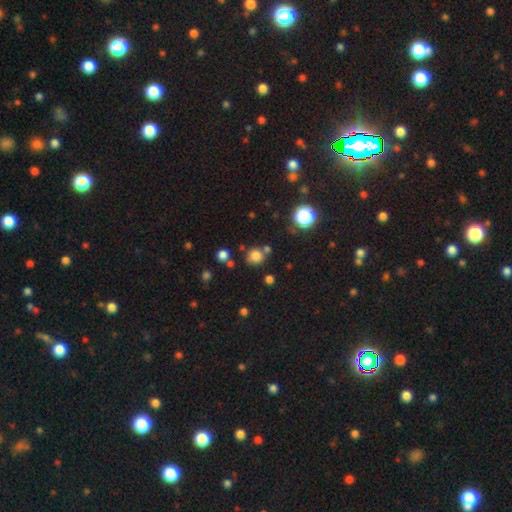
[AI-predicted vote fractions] Overall: smooth (79%). How rounded: round (86%). Merging: none (73%).